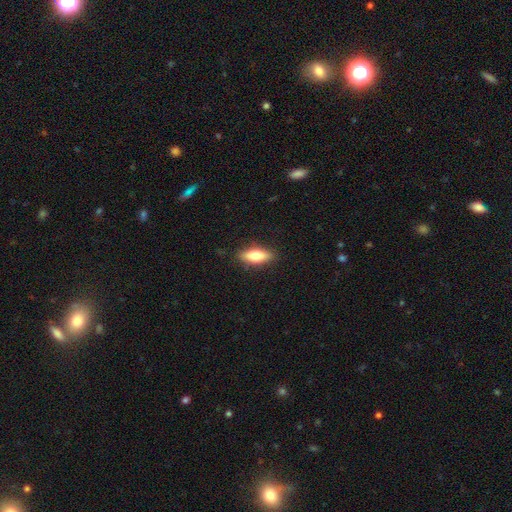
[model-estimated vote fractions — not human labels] Morphology: type=smooth (68%); roundness=in between (61%); merging=none (87%).